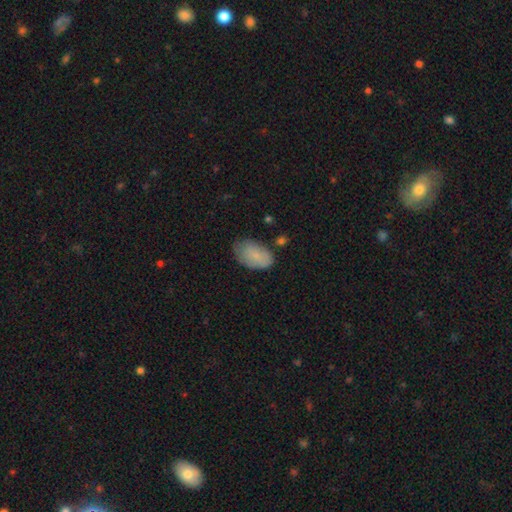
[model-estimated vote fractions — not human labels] Smooth or featured? Predicted: smooth (p=0.80). How rounded? Predicted: in between (p=0.93). Merging? Predicted: none (p=0.60).